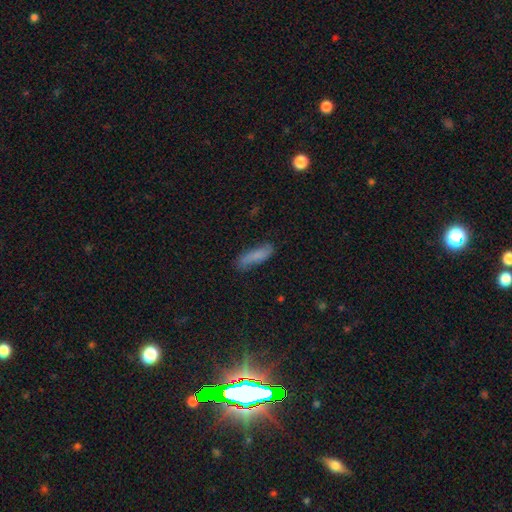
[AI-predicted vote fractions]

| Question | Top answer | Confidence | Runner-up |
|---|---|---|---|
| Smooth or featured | smooth | 76% | featured or disk (16%) |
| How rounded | cigar-shaped | 59% | in between (39%) |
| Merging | none | 73% | minor disturbance (20%) |